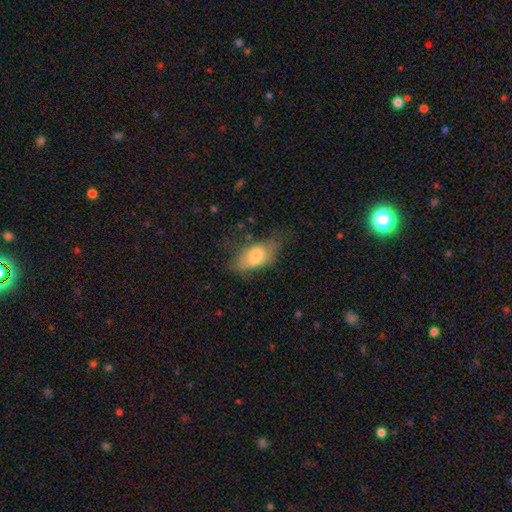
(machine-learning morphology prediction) smooth 71%, featured or disk 21%, star or artifact 8%. Down the decision tree: how rounded — in between (87%); merging — none (49%).